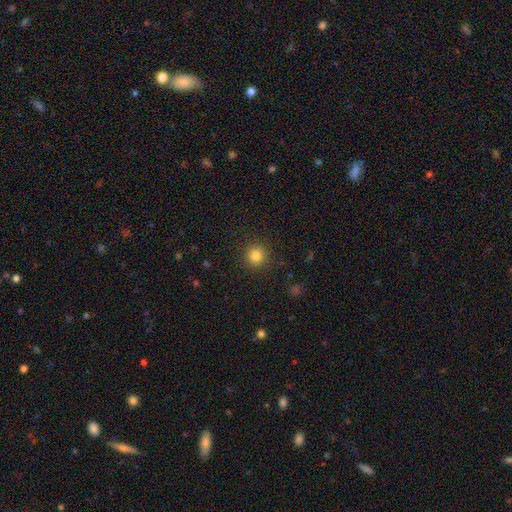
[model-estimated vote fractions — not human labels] This appears to be a smooth galaxy with no disk features (82%) that is round (94%). Merging: none (91%).